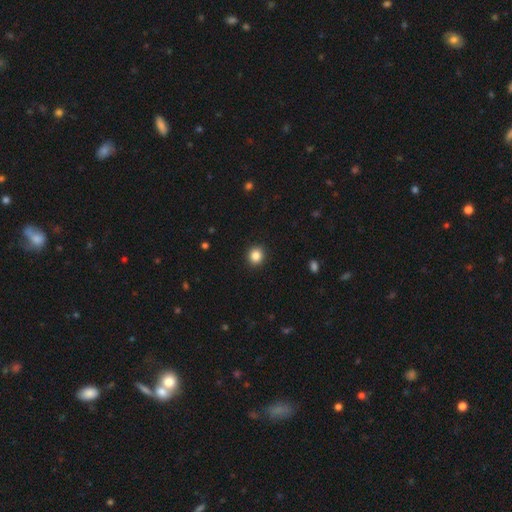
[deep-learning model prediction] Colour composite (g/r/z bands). It shows a smooth galaxy with no disk features (85%) that is round (86%). Merging: none (92%).